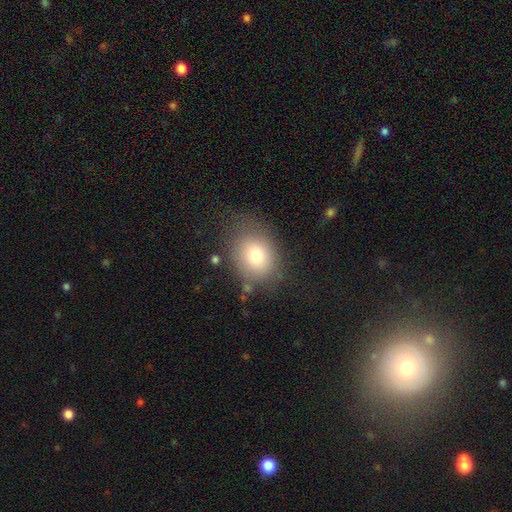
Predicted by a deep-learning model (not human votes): smooth-or-featured: smooth: 76% | featured or disk: 13% | star or artifact: 12%
  how-rounded: round: 55% | in between: 45% | cigar-shaped: 1%
  merging: none: 71% | minor disturbance: 18% | major disturbance: 8% | merger: 3%